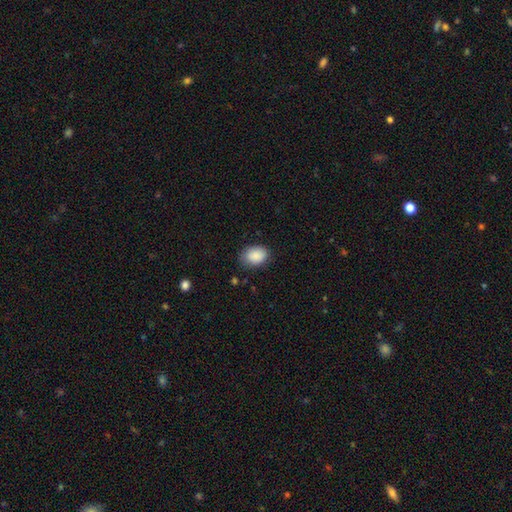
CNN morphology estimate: This appears to be a smooth galaxy with no disk features (89%) that is in between round and cigar-shaped (73%). Merging: none (78%).